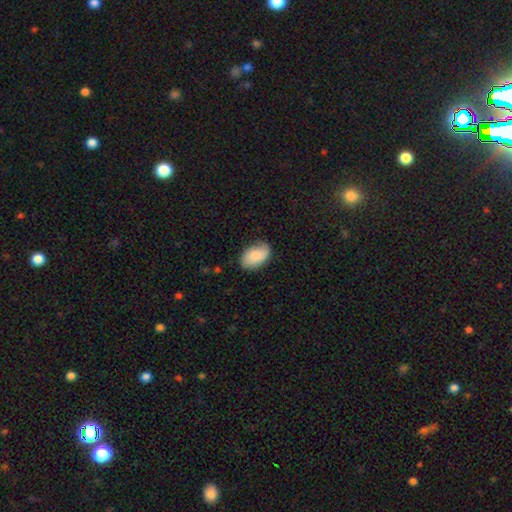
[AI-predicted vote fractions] This appears to be a smooth galaxy with no disk features (78%) that is in between round and cigar-shaped (92%). Merging: none (77%).